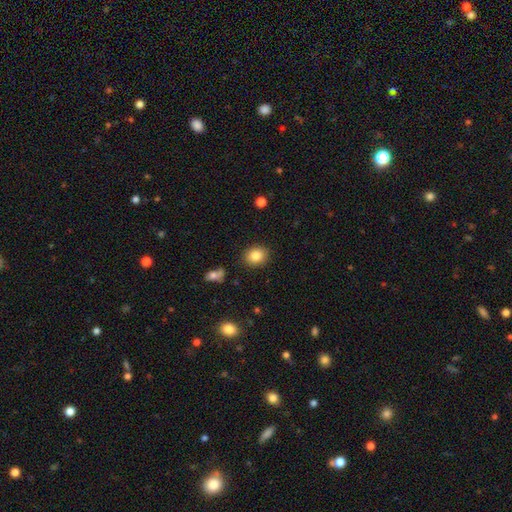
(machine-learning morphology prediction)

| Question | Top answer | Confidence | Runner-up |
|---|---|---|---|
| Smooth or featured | smooth | 84% | star or artifact (9%) |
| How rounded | round | 59% | in between (40%) |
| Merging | none | 88% | minor disturbance (8%) |